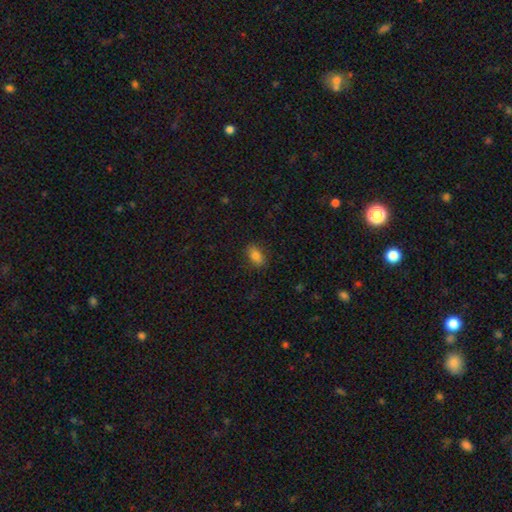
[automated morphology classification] The model was most divided on "merging": none: 84%, minor disturbance: 12%, major disturbance: 3%, merger: 1%. More confident: how rounded — in between (85%); smooth or featured — smooth (83%).